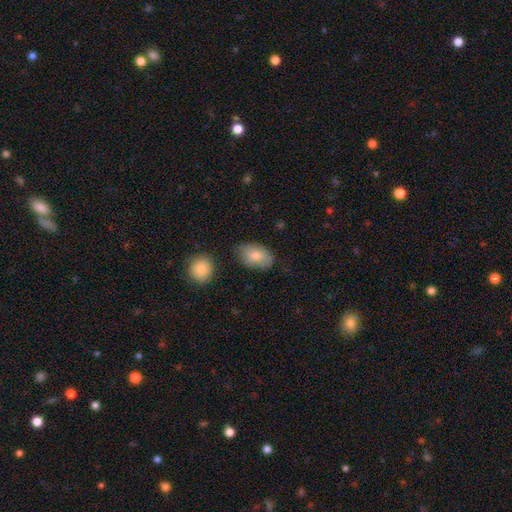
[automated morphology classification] A smooth galaxy with no disk features (81%) that is in between round and cigar-shaped (88%).

Vote fractions:
- Smooth or featured? smooth: 81% / featured or disk: 13% / star or artifact: 6%
- How rounded? in between: 88% / round: 10% / cigar-shaped: 1%
- Merging? none: 71% / minor disturbance: 21% / major disturbance: 4% / merger: 3%